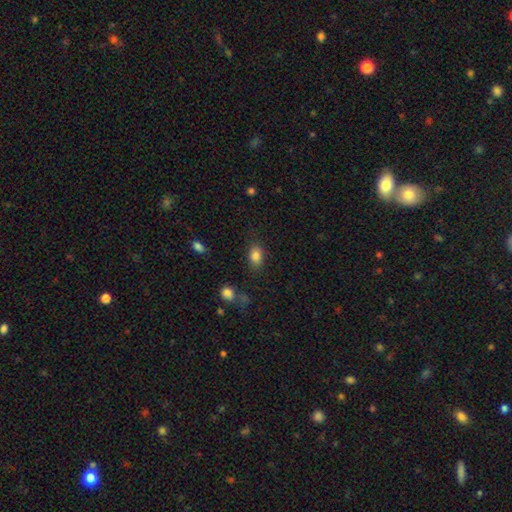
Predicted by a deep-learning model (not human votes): Morphology: type=smooth (84%); roundness=in between (74%); merging=none (80%).